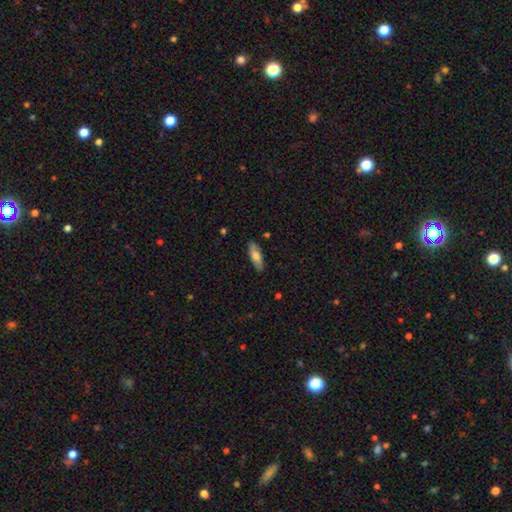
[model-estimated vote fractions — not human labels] Smooth or featured? smooth (71%)
How rounded? in between (60%)
Merging? none (85%)